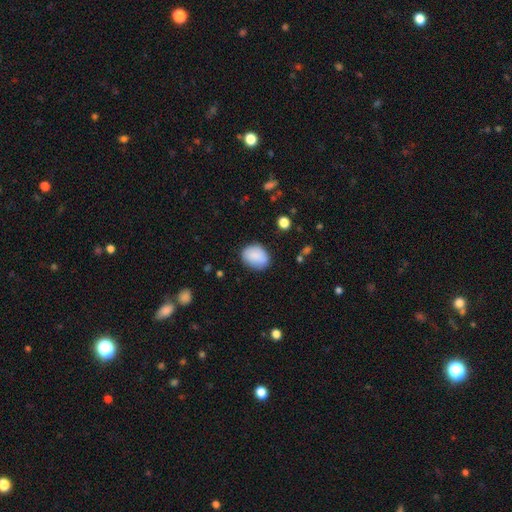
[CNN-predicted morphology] Q: Smooth or featured?
A: smooth (87%); runner-up: star or artifact (7%)
Q: How rounded?
A: in between (57%); runner-up: round (42%)
Q: Merging?
A: none (80%); runner-up: minor disturbance (15%)